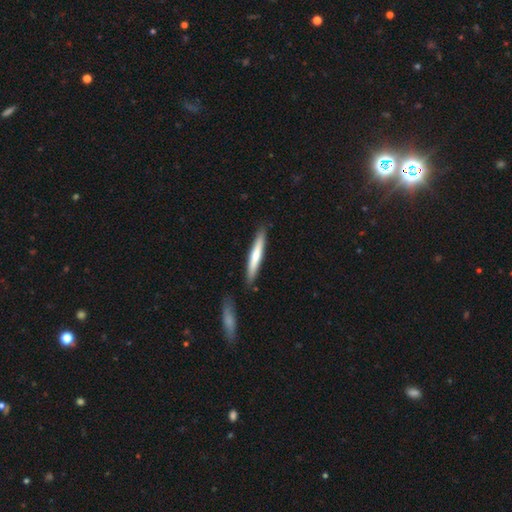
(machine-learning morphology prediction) smooth-or-featured: smooth: 62% | featured or disk: 33% | star or artifact: 5%
  how-rounded: cigar-shaped: 94% | in between: 5% | round: 1%
  merging: none: 86% | minor disturbance: 9% | merger: 3% | major disturbance: 2%